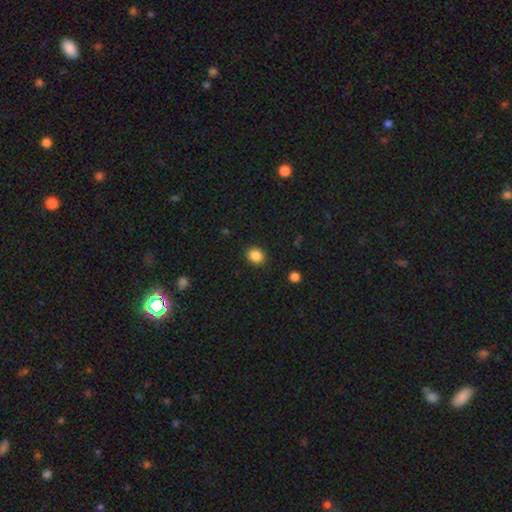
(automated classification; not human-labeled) A smooth galaxy with no disk features (86%) that is round (71%). Merging: none (90%).